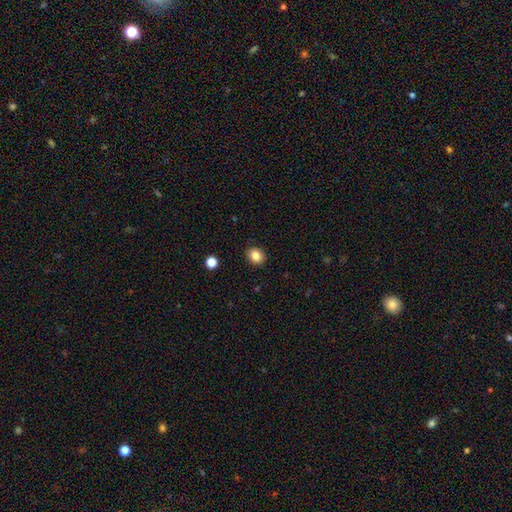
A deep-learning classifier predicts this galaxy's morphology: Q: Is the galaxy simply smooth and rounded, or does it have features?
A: smooth — 84%.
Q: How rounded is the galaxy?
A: round — 69%.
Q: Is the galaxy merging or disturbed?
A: none — 91%.